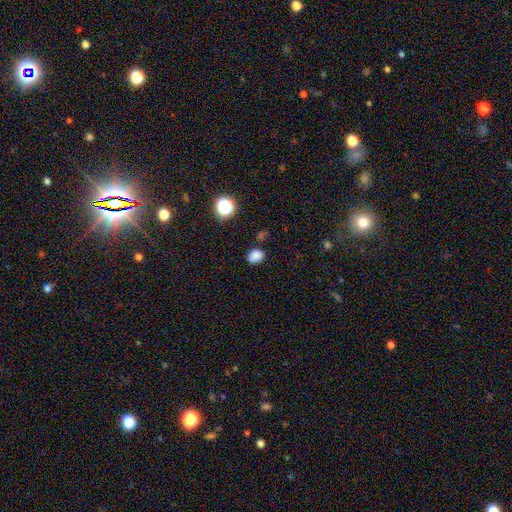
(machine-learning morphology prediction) Smooth or featured?
  - smooth: 81% *
  - star or artifact: 14%
  - featured or disk: 5%
How rounded?
  - round: 61% *
  - in between: 38%
  - cigar-shaped: 1%
Merging?
  - none: 78% *
  - minor disturbance: 14%
  - merger: 5%
  - major disturbance: 3%